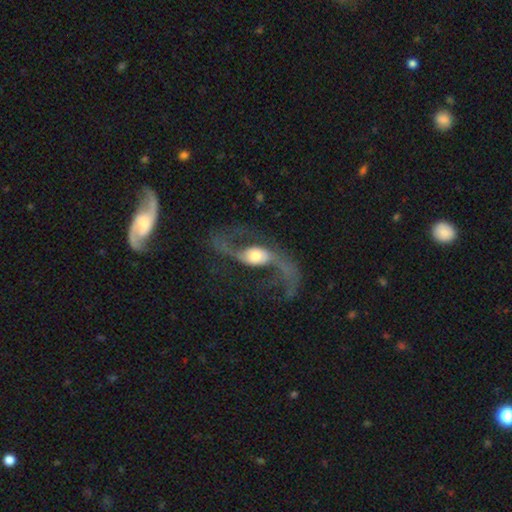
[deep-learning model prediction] The model was most divided on "bulge size": moderate: 45%, large: 28%, small: 17%, dominant: 8%, none: 2%. More confident: spiral arms — yes (94%); edge-on disk — no (93%); spiral arm count — 2 (93%); spiral winding — loose (87%); smooth or featured — featured or disk (85%); merging — none (54%); bar — no (52%).